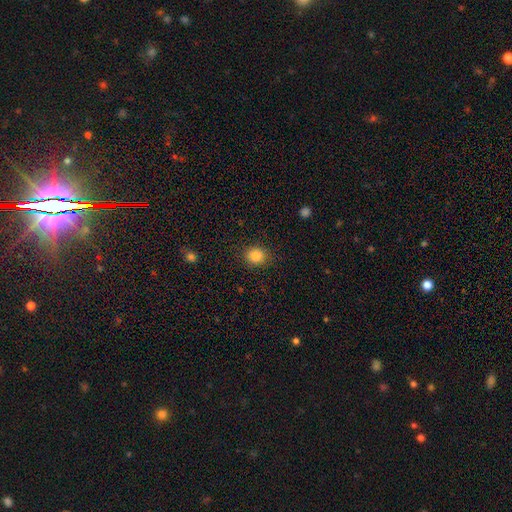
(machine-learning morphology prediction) smooth-or-featured: smooth: 85% | star or artifact: 10% | featured or disk: 5%
  how-rounded: round: 75% | in between: 24% | cigar-shaped: 1%
  merging: none: 88% | minor disturbance: 8% | major disturbance: 3% | merger: 1%